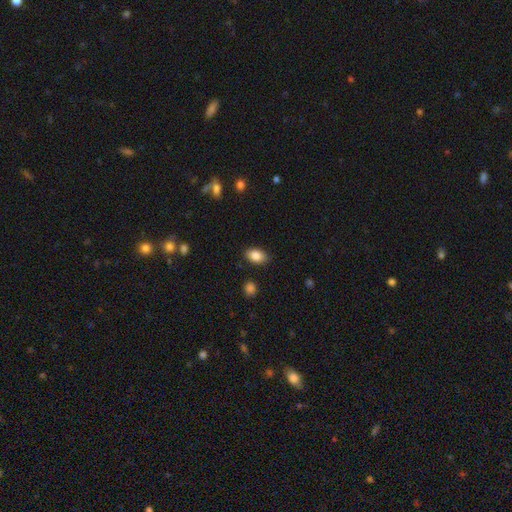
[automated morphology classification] This appears to be a smooth galaxy with no disk features (86%) that is in between round and cigar-shaped (89%). Merging: none (86%).